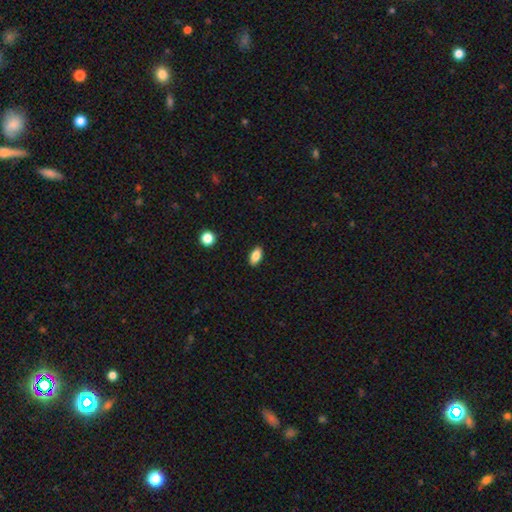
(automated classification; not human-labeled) Smooth or featured?
  - smooth: 85% *
  - star or artifact: 8%
  - featured or disk: 7%
How rounded?
  - in between: 91% *
  - round: 5%
  - cigar-shaped: 5%
Merging?
  - none: 89% *
  - minor disturbance: 8%
  - major disturbance: 2%
  - merger: 1%